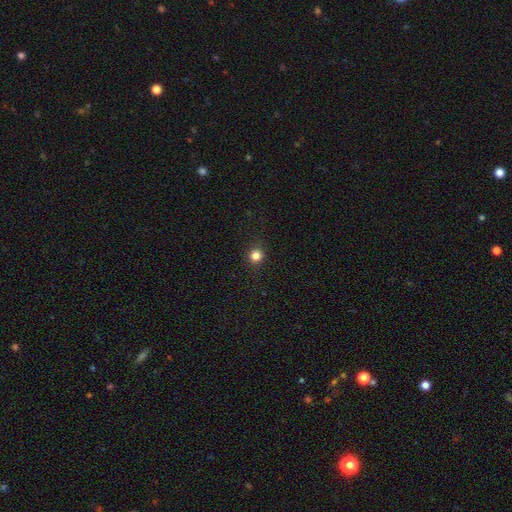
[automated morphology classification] Smooth or featured? smooth (82%)
How rounded? round (87%)
Merging? none (91%)